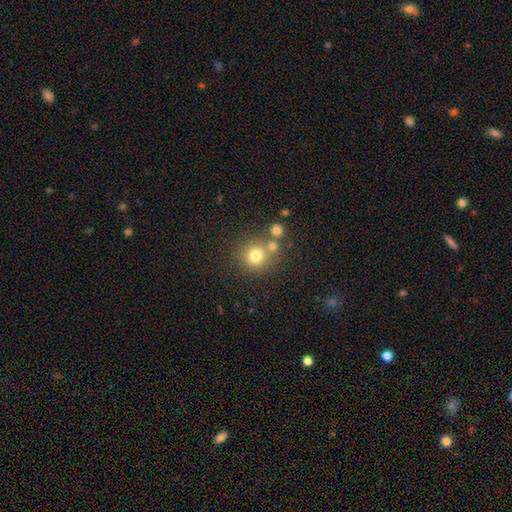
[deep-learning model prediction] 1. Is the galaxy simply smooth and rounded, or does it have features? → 76% smooth, 14% star or artifact, 10% featured or disk.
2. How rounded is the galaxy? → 90% round, 9% in between, 1% cigar-shaped.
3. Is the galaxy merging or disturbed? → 67% none, 20% merger, 9% minor disturbance, 4% major disturbance.